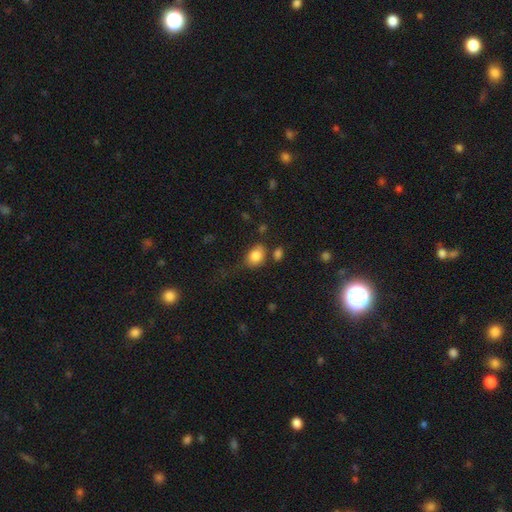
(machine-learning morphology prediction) This appears to be a smooth galaxy with no disk features (84%) that is in between round and cigar-shaped (64%). Merging: none (53%).